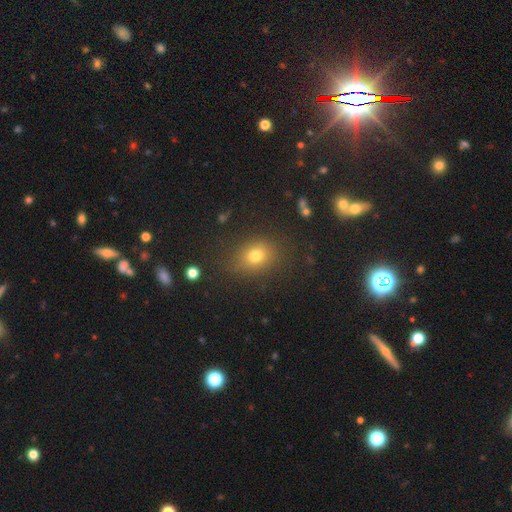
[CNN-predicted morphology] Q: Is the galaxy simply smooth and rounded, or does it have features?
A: smooth — 74%.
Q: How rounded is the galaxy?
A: round — 50%.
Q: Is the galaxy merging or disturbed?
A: none — 82%.